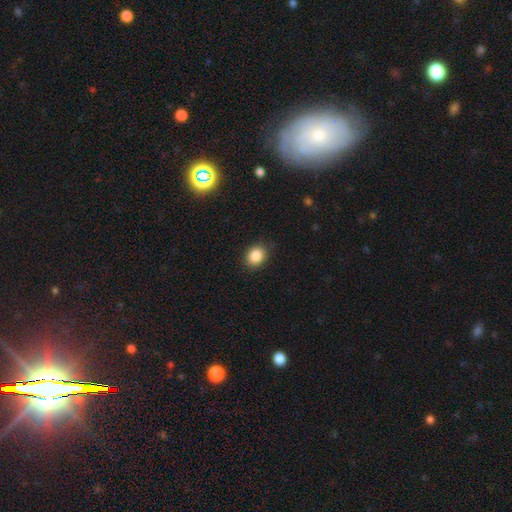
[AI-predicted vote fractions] smooth-or-featured: smooth: 86% | star or artifact: 10% | featured or disk: 5%
  how-rounded: round: 55% | in between: 44% | cigar-shaped: 1%
  merging: none: 86% | minor disturbance: 10% | major disturbance: 2% | merger: 1%